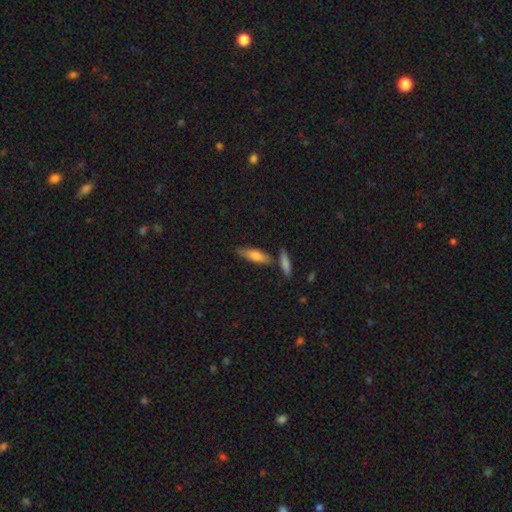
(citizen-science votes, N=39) Smooth or featured?
  - smooth: 69% *
  - featured or disk: 26%
  - star or artifact: 5%
How rounded?
  - cigar-shaped: 67% *
  - in between: 30%
  - round: 4%
Merging?
  - none: 70% *
  - merger: 14%
  - major disturbance: 11%
  - minor disturbance: 5%